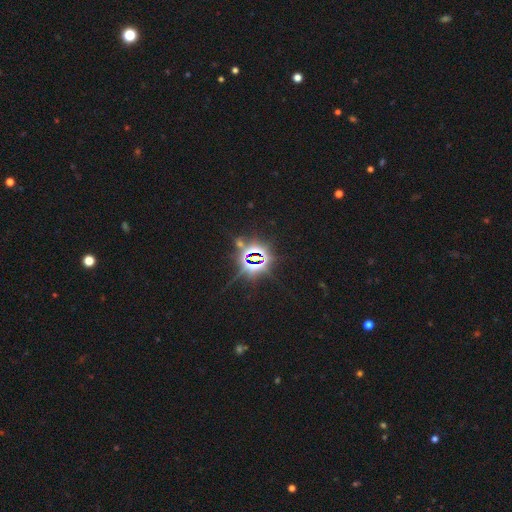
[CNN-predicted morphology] Smooth or featured? Predicted: star or artifact (p=0.85).